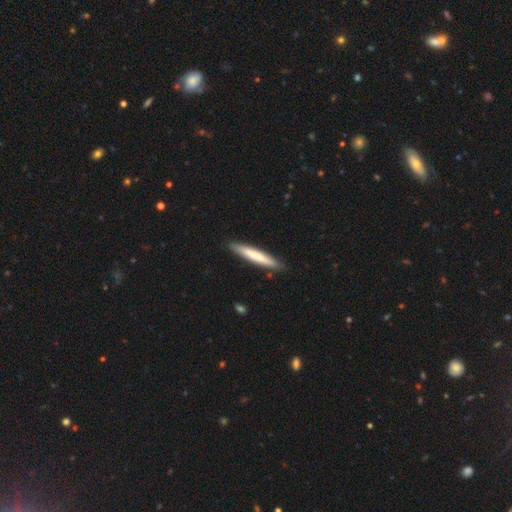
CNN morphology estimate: A smooth galaxy with no disk features (70%) that is cigar-shaped (94%).

Vote fractions:
- Smooth or featured? smooth: 70% / featured or disk: 25% / star or artifact: 5%
- How rounded? cigar-shaped: 94% / in between: 5% / round: 1%
- Merging? none: 89% / minor disturbance: 8% / major disturbance: 1% / merger: 1%